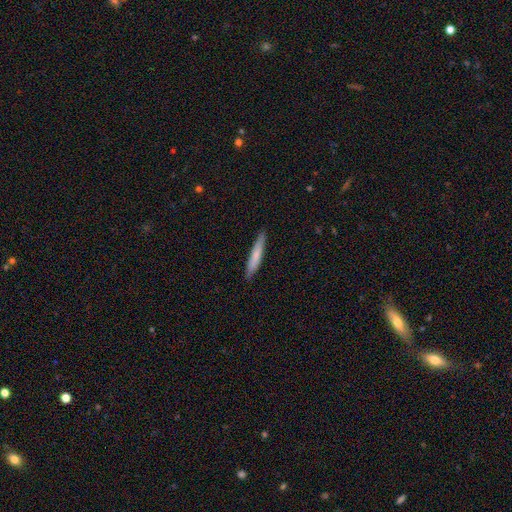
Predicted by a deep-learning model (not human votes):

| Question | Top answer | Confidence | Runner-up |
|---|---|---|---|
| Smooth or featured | smooth | 71% | featured or disk (23%) |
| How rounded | cigar-shaped | 94% | in between (5%) |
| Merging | none | 89% | minor disturbance (8%) |